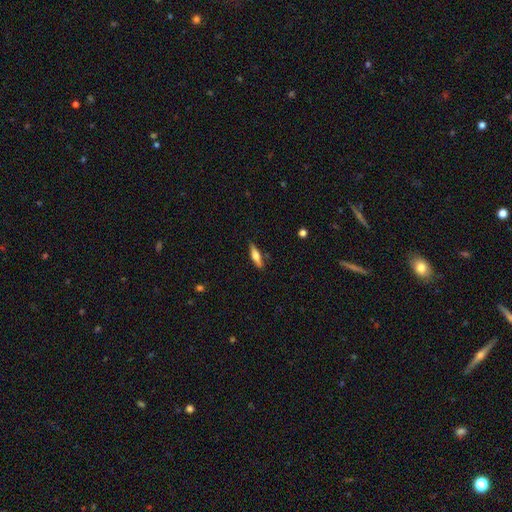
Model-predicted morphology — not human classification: type=smooth (56%); roundness=cigar-shaped (66%); merging=none (83%).